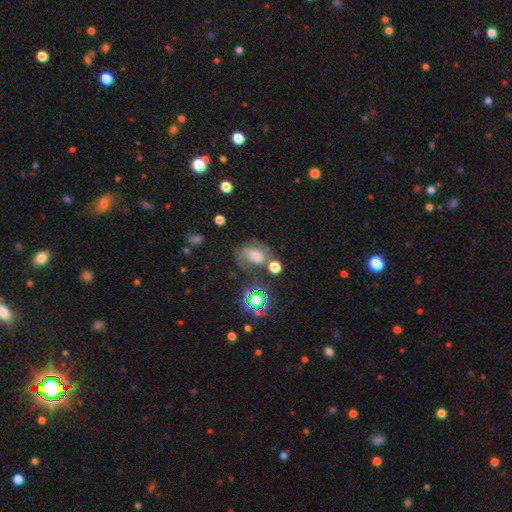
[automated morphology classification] Smooth or featured: smooth — 46% (featured or disk — 32%)
Merging: none — 45% (minor disturbance — 24%)